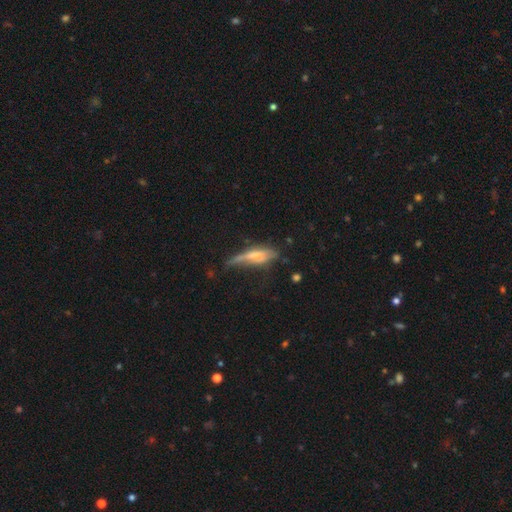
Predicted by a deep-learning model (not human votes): A featured or disk galaxy (46%, tied with smooth). Merging: none (40%).